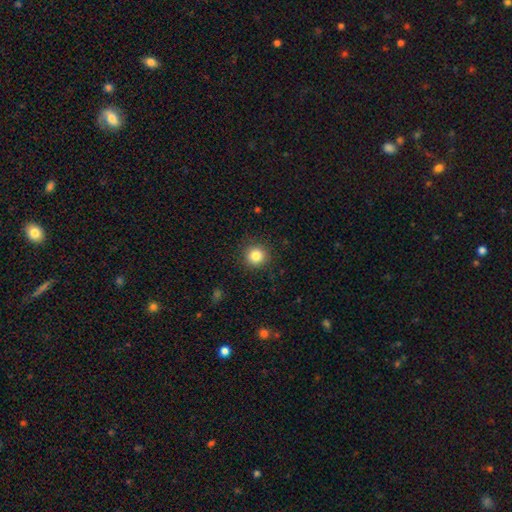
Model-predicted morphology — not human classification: This appears to be a smooth galaxy with no disk features (84%) that is round (94%). Merging: none (91%).